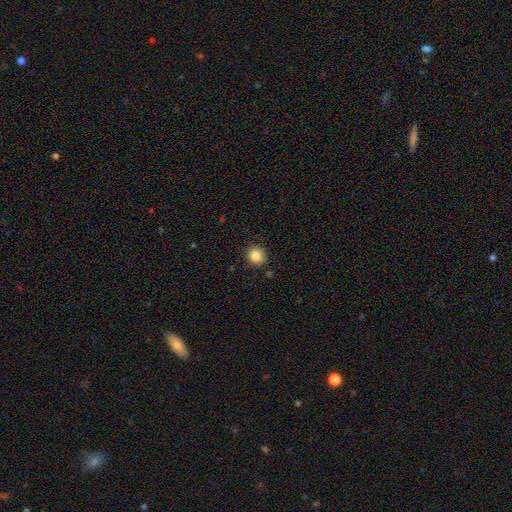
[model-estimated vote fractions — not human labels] This is clearly a smooth galaxy (85%). How rounded: clearly round (88%). Merging: clearly none (90%).